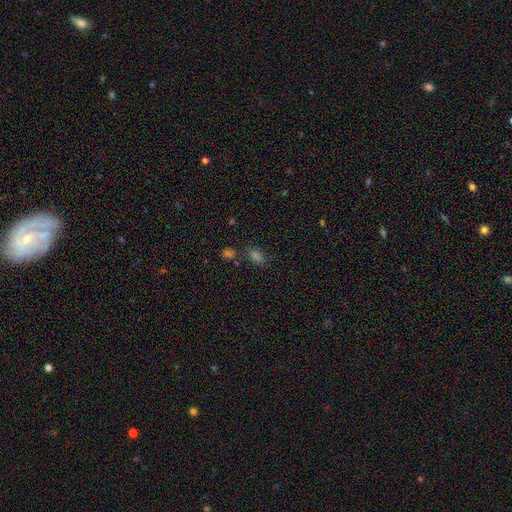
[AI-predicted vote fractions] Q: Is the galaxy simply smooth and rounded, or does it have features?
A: smooth — 65%.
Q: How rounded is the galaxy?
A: in between — 74%.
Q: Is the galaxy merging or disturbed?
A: none — 72%.